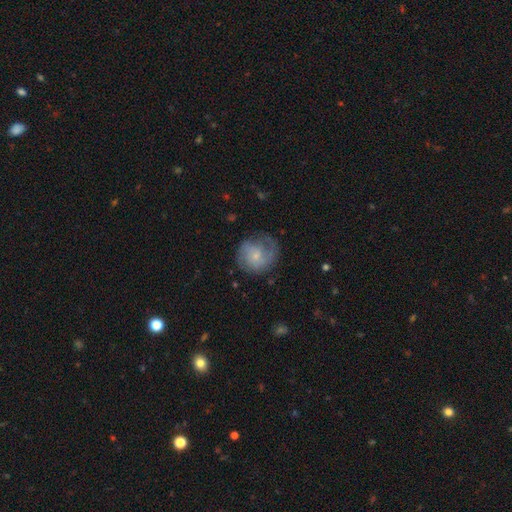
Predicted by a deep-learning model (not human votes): A featured or disk galaxy (54%) with no bar (69%), spiral arms (82%) and a small central bulge (67%).

Vote fractions:
- Smooth or featured? featured or disk: 54% / smooth: 38% / star or artifact: 7%
- Edge-on disk? no: 98% / yes: 2%
- Bar? no: 69% / weak: 27% / strong: 4%
- Spiral arms? yes: 82% / no: 18%
- Bulge size? small: 67% / moderate: 22% / none: 9% / large: 2% / dominant: 1%
- Merging? none: 55% / minor disturbance: 24% / major disturbance: 19% / merger: 2%